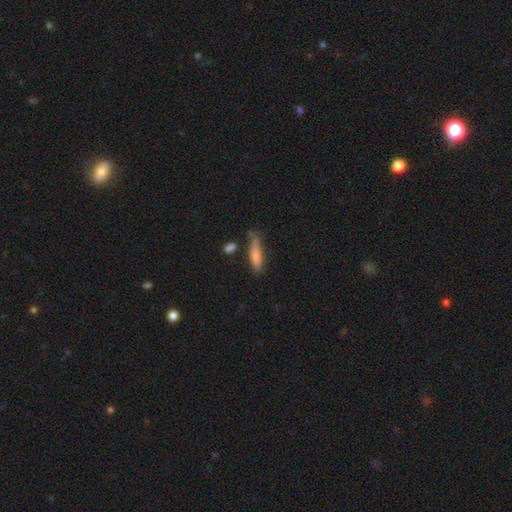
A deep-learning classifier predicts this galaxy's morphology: Overall: smooth (64%; featured or disk 25%). How rounded: cigar-shaped (79%). Merging: none (68%).